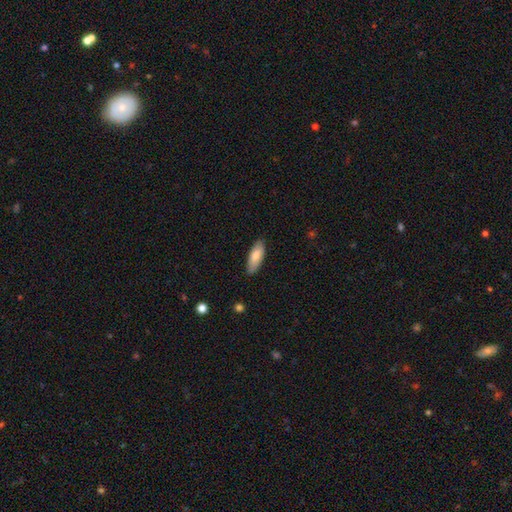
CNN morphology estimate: Smooth or featured: smooth — 76% (featured or disk — 18%)
How rounded: in between — 74% (cigar-shaped — 25%)
Merging: none — 85% (minor disturbance — 12%)